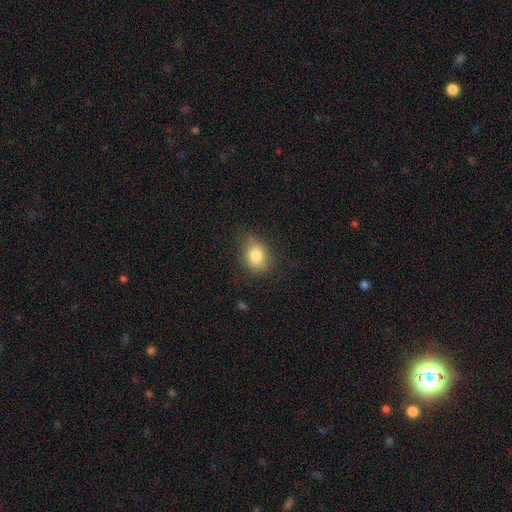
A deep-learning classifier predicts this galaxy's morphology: Smooth or featured: smooth — 81% (star or artifact — 10%)
How rounded: in between — 56% (round — 42%)
Merging: none — 72% (minor disturbance — 20%)